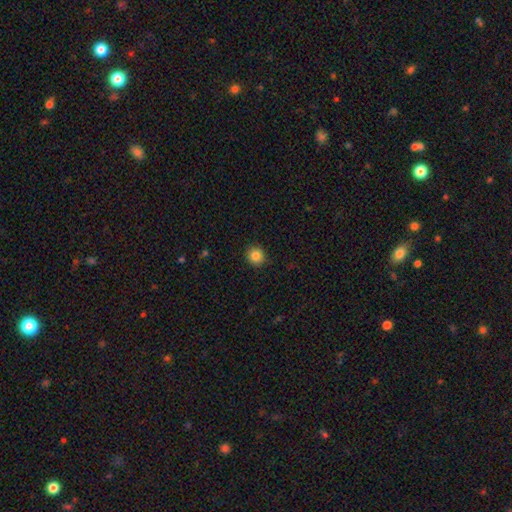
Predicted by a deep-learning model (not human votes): A smooth galaxy with no disk features (85%) that is round (92%).

Vote fractions:
- Smooth or featured? smooth: 85% / star or artifact: 10% / featured or disk: 5%
- How rounded? round: 92% / in between: 7% / cigar-shaped: 1%
- Merging? none: 92% / minor disturbance: 5% / major disturbance: 2% / merger: 1%